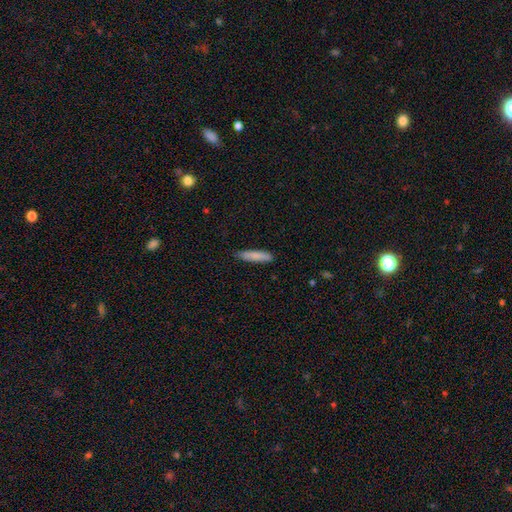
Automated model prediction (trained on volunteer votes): Smooth or featured?
  - smooth: 83% *
  - featured or disk: 11%
  - star or artifact: 6%
How rounded?
  - cigar-shaped: 82% *
  - in between: 17%
  - round: 1%
Merging?
  - none: 84% *
  - minor disturbance: 13%
  - major disturbance: 2%
  - merger: 1%